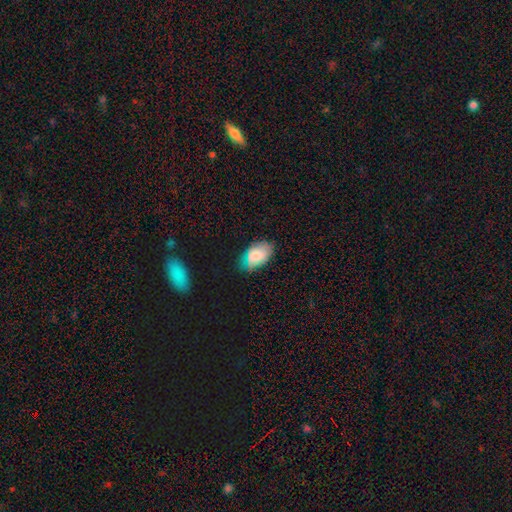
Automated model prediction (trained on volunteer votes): smooth-or-featured: smooth: 77% | featured or disk: 13% | star or artifact: 10%
  how-rounded: in between: 91% | round: 8% | cigar-shaped: 2%
  merging: none: 70% | minor disturbance: 23% | major disturbance: 5% | merger: 2%